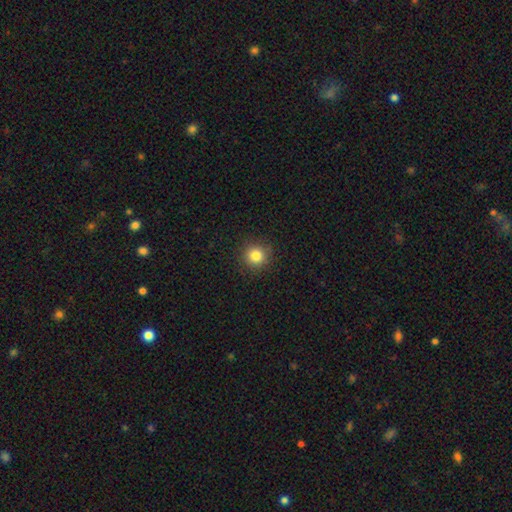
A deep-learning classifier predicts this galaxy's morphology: Smooth or featured: smooth — 83% (star or artifact — 12%)
How rounded: round — 94% (in between — 5%)
Merging: none — 90% (minor disturbance — 7%)